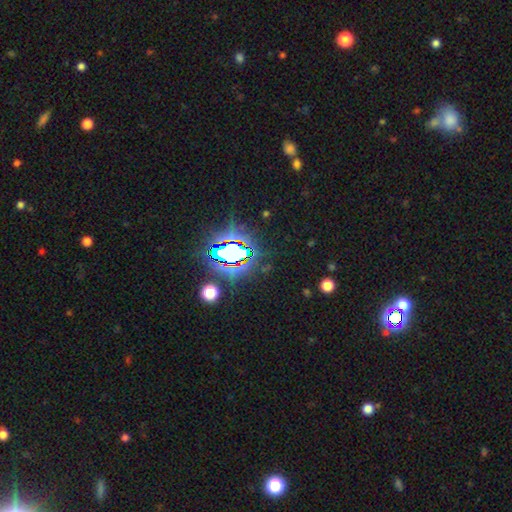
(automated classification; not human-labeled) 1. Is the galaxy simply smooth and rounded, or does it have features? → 81% star or artifact, 11% smooth, 8% featured or disk.